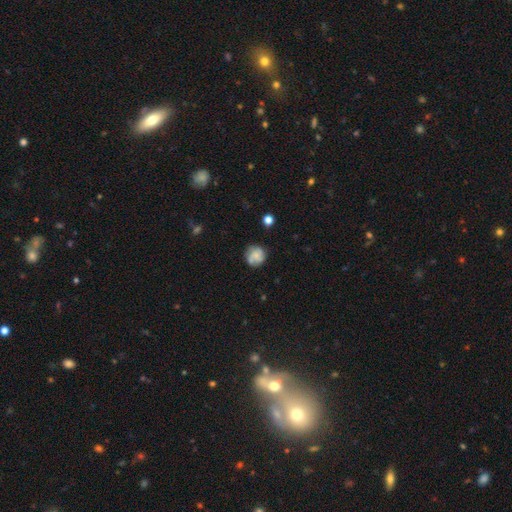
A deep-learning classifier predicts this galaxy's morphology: Smooth or featured? smooth (48%)
Merging? none (70%)